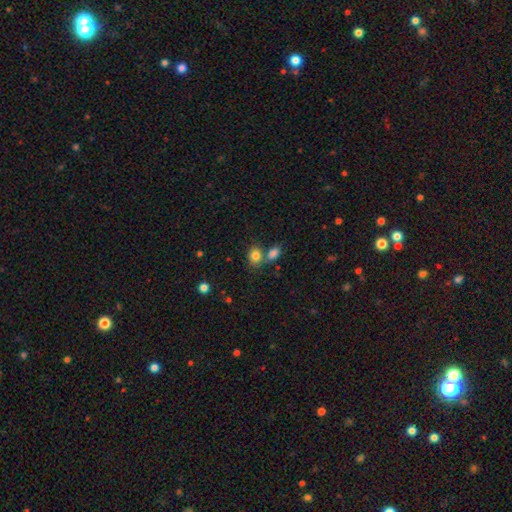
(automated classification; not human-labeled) smooth-or-featured: smooth: 82% | star or artifact: 11% | featured or disk: 7%
  how-rounded: in between: 51% | round: 48% | cigar-shaped: 1%
  merging: none: 54% | merger: 31% | minor disturbance: 11% | major disturbance: 4%